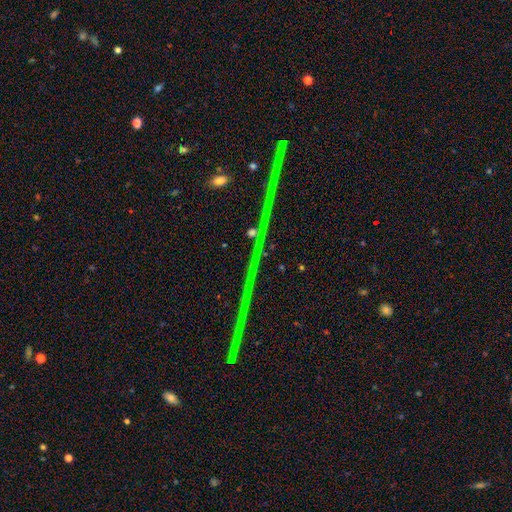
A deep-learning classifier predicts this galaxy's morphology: smooth_or_featured: star or artifact (p=0.81) [alt: featured or disk p=0.11]